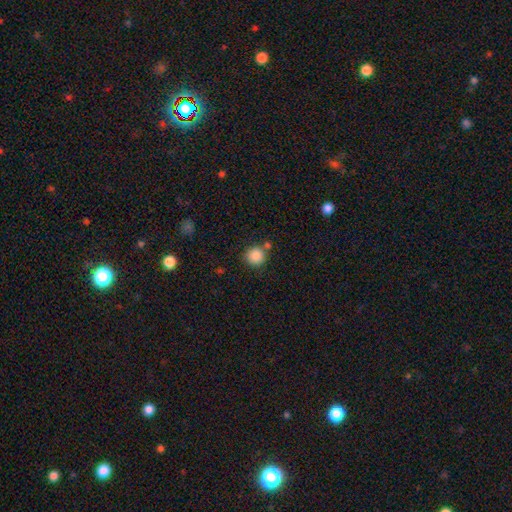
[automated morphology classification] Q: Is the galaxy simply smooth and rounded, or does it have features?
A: smooth — 87%.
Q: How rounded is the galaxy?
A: round — 91%.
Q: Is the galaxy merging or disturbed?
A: none — 74%.